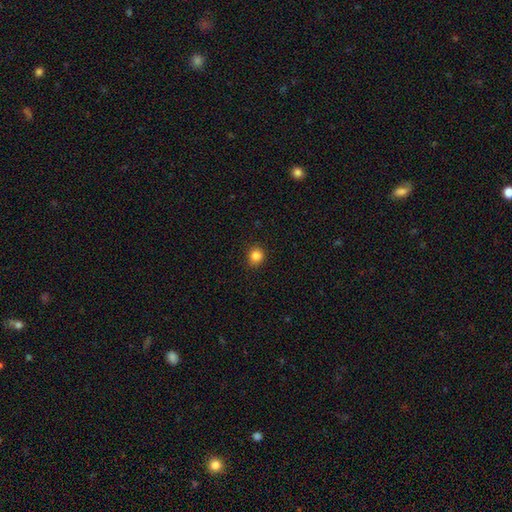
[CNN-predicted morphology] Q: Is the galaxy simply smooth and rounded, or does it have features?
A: smooth — 85%.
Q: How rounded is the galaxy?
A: round — 86%.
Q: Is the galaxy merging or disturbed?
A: none — 88%.